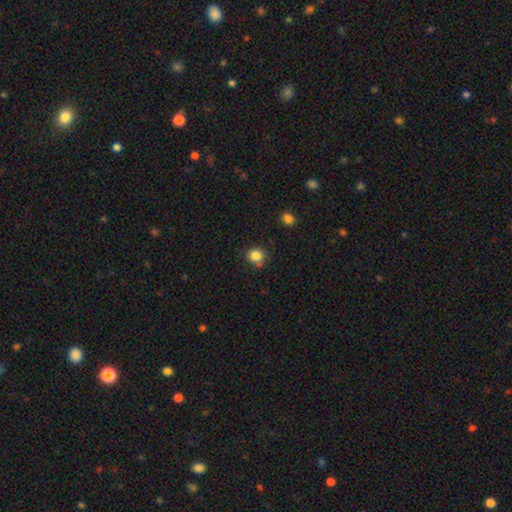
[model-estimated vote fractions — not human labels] Smooth or featured?
  - smooth: 84% *
  - star or artifact: 11%
  - featured or disk: 5%
How rounded?
  - round: 87% *
  - in between: 12%
  - cigar-shaped: 1%
Merging?
  - none: 77% *
  - minor disturbance: 15%
  - merger: 5%
  - major disturbance: 3%